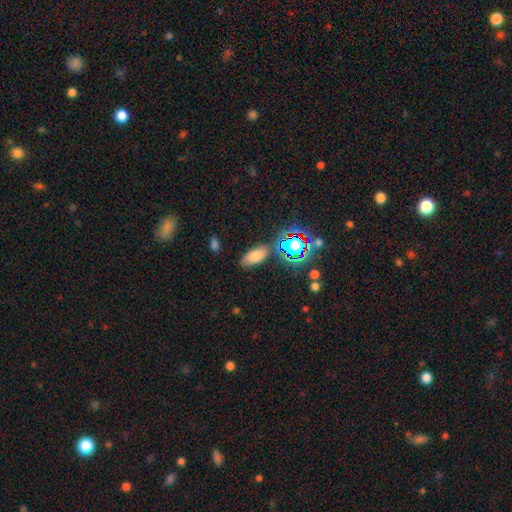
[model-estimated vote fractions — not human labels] smooth_or_featured: smooth (p=0.72) [alt: star or artifact p=0.18]
how_rounded: in between (p=0.87) [alt: cigar-shaped p=0.08]
merging: none (p=0.79) [alt: minor disturbance p=0.12]